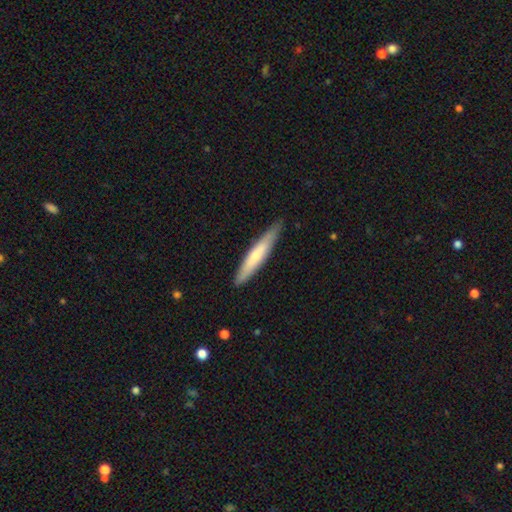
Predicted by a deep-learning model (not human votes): Smooth or featured? Predicted: smooth (p=0.57). How rounded? Predicted: cigar-shaped (p=0.92). Merging? Predicted: none (p=0.85).